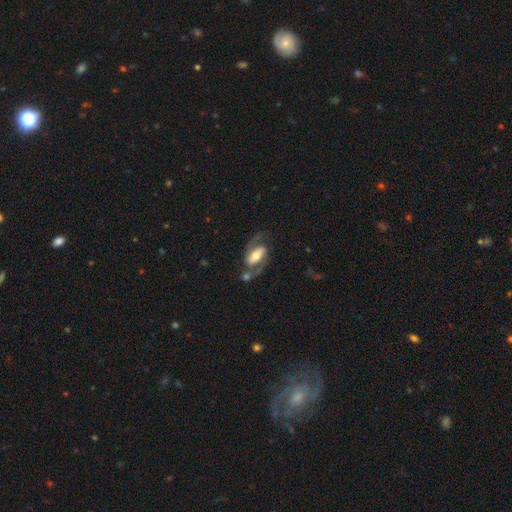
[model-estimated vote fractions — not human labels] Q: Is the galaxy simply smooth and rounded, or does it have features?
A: featured or disk — 83%.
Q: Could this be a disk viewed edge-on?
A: no — 96%.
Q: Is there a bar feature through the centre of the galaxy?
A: strong — 43%.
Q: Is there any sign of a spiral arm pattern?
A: yes — 94%.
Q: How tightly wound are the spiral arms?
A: medium — 54%.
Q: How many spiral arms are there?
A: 2 — 91%.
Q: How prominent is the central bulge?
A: moderate — 64%.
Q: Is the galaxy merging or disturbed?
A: none — 63%.